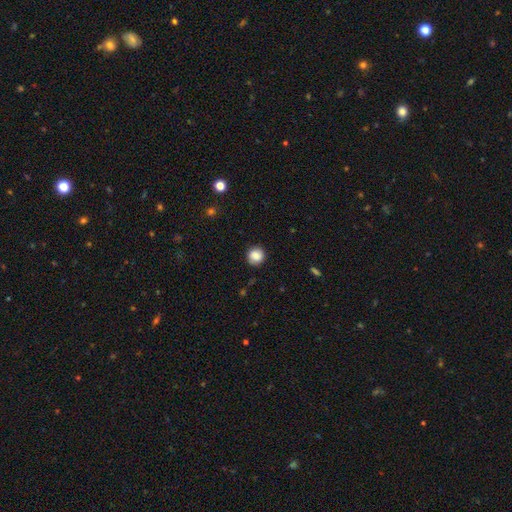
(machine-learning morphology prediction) smooth_or_featured: smooth (p=0.87) [alt: star or artifact p=0.09]
how_rounded: round (p=0.89) [alt: in between p=0.10]
merging: none (p=0.86) [alt: minor disturbance p=0.10]